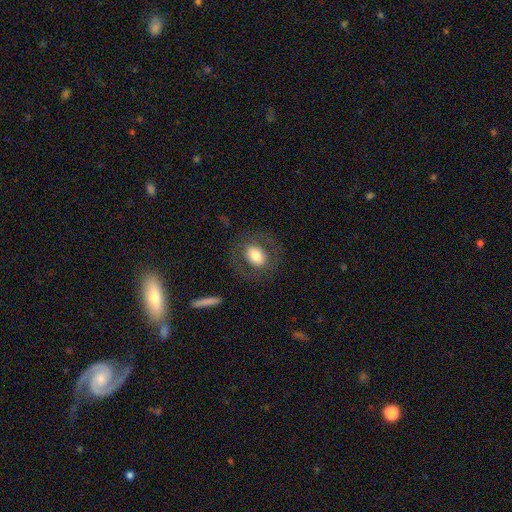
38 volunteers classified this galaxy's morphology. type=smooth (66%); roundness=in between (72%); merging=none (86%).